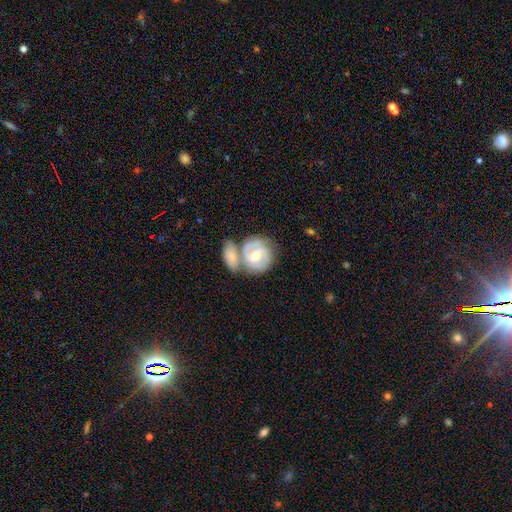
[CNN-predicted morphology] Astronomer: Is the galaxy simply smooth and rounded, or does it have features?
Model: featured or disk — 73%.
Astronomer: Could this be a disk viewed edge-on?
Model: no — 97%.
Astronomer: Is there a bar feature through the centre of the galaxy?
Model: no — 44%, tied with weak at 44%.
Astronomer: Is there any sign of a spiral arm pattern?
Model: yes — 88%.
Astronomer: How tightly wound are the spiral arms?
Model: tight — 62%.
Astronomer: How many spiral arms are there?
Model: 2 — 56%.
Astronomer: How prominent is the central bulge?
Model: moderate — 61%.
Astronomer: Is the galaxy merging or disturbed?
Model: merger — 45% (runner-up: none, 37%).